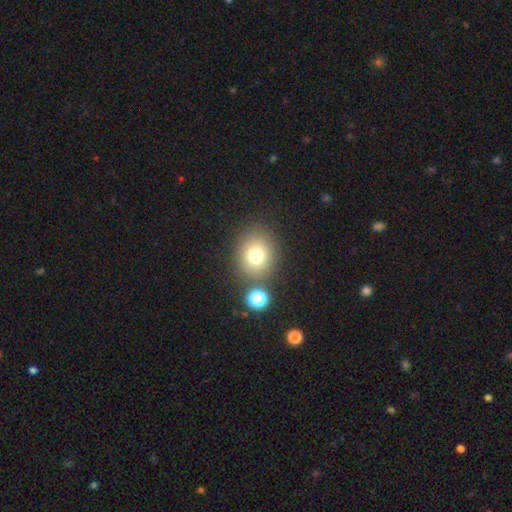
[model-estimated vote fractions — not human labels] This appears to be a smooth galaxy with no disk features (76%) that is round (76%). Merging: none (78%).